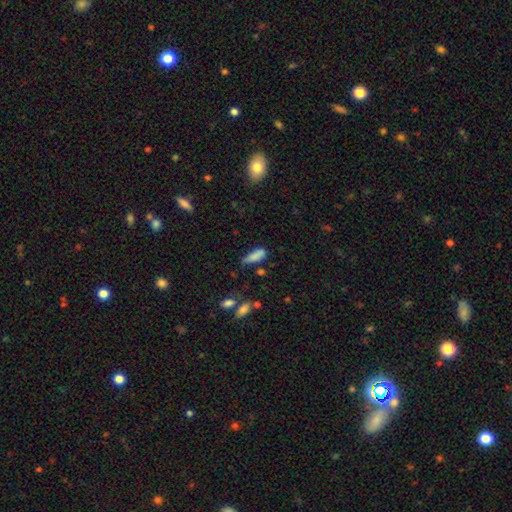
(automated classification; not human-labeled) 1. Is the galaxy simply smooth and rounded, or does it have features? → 83% smooth, 9% star or artifact, 8% featured or disk.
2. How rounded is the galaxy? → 59% in between, 39% cigar-shaped, 2% round.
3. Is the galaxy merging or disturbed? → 46% none, 36% minor disturbance, 12% major disturbance, 6% merger.